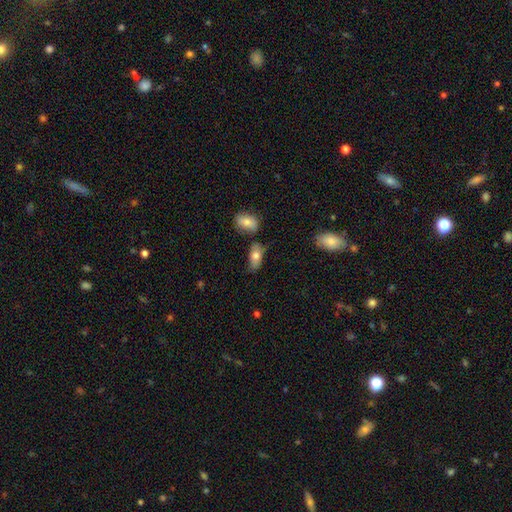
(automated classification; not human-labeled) smooth-or-featured: smooth: 74% | featured or disk: 19% | star or artifact: 7%
  how-rounded: in between: 88% | cigar-shaped: 8% | round: 4%
  merging: none: 64% | minor disturbance: 21% | merger: 11% | major disturbance: 5%